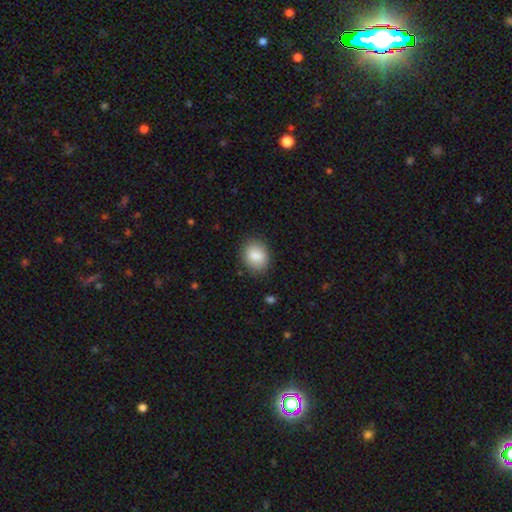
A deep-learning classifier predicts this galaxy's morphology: Overall: smooth (85%). How rounded: in between (55%; round 44%). Merging: none (83%).